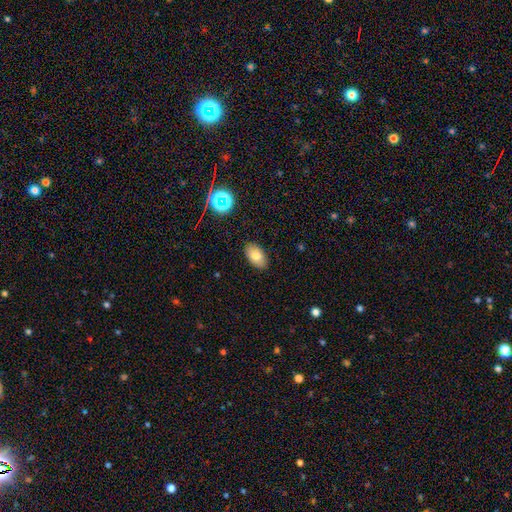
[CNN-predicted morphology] type=smooth (77%); roundness=in between (93%); merging=none (88%).